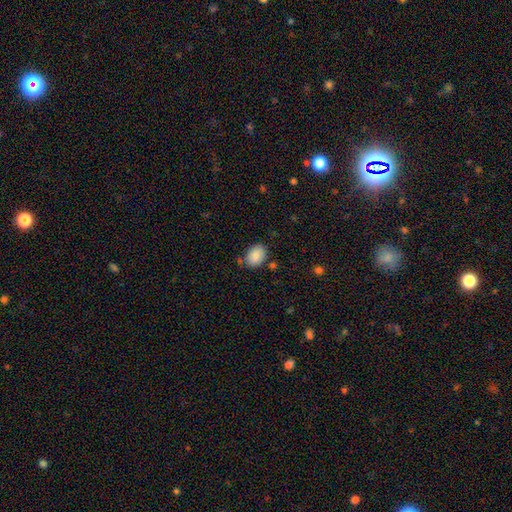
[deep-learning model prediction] Smooth or featured? Predicted: smooth (p=0.88). How rounded? Predicted: in between (p=0.77). Merging? Predicted: none (p=0.77).